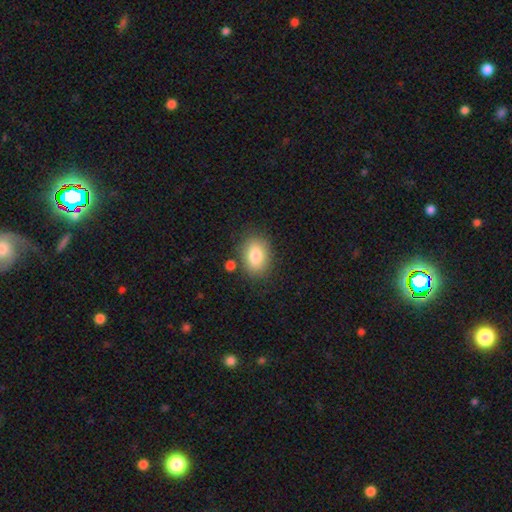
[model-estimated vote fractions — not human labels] Q: Smooth or featured?
A: smooth (82%); runner-up: featured or disk (9%)
Q: How rounded?
A: in between (74%); runner-up: round (25%)
Q: Merging?
A: none (80%); runner-up: minor disturbance (12%)